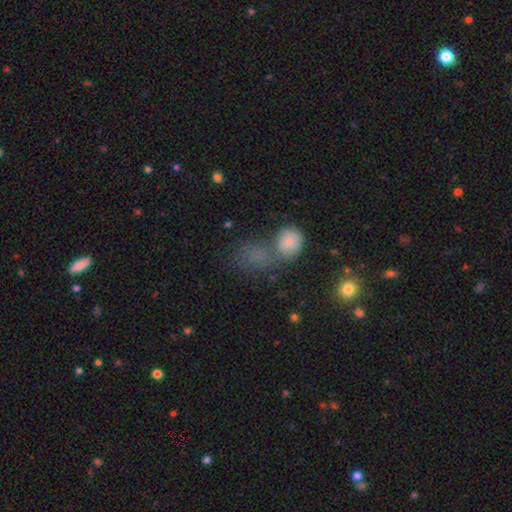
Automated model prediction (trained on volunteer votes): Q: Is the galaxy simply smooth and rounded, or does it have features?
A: smooth — 69%.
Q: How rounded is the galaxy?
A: in between — 54%.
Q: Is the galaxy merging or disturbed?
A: merger — 41%.